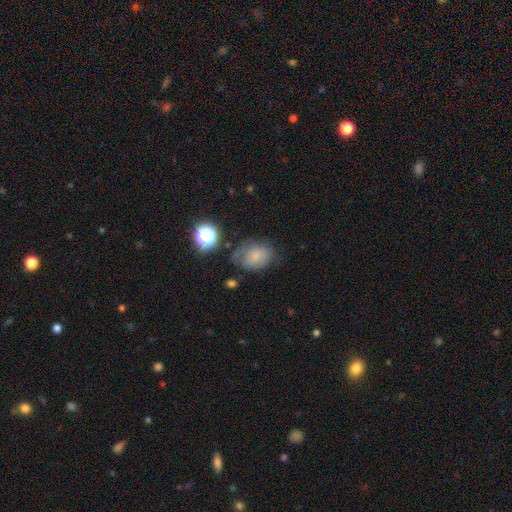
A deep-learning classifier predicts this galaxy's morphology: Smooth or featured: smooth — 68% (featured or disk — 18%)
How rounded: in between — 62% (round — 37%)
Merging: none — 55% (minor disturbance — 28%)